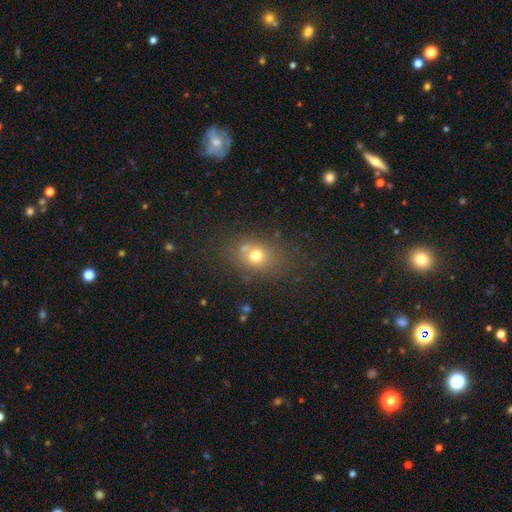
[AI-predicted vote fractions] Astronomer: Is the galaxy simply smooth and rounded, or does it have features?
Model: smooth — 69%.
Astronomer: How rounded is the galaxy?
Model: round — 53% (runner-up: in between, 46%).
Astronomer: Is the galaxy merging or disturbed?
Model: none — 65%.